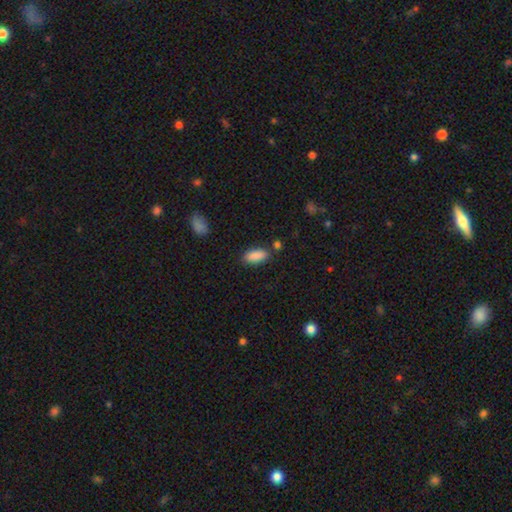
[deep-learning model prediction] The model was most divided on "merging": none: 79%, minor disturbance: 13%, merger: 5%, major disturbance: 3%. More confident: smooth or featured — smooth (88%); how rounded — in between (83%).